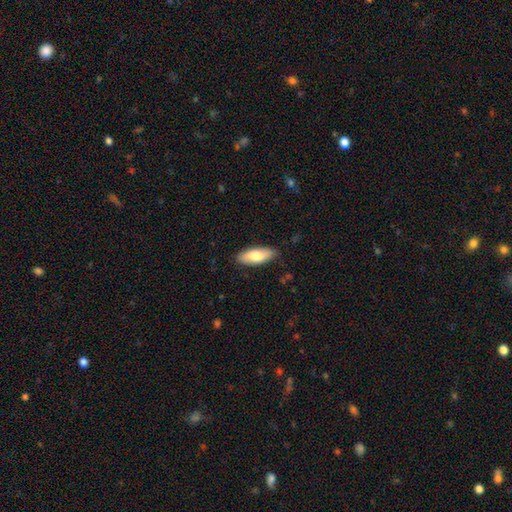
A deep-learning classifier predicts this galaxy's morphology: type=smooth (74%); roundness=in between (76%); merging=none (85%).